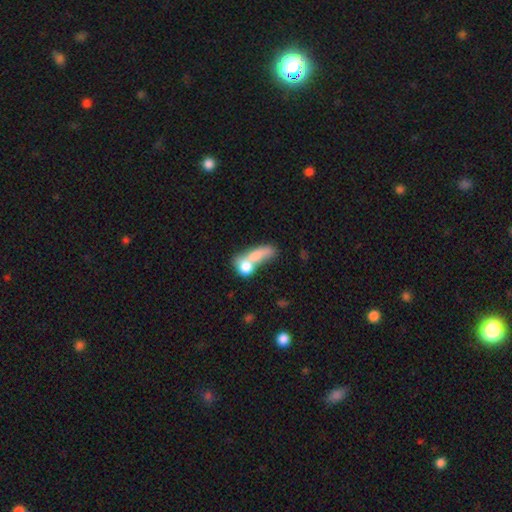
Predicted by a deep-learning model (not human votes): Smooth or featured: smooth — 69% (featured or disk — 22%)
How rounded: in between — 49% (round — 28%)
Merging: merger — 63% (none — 16%)